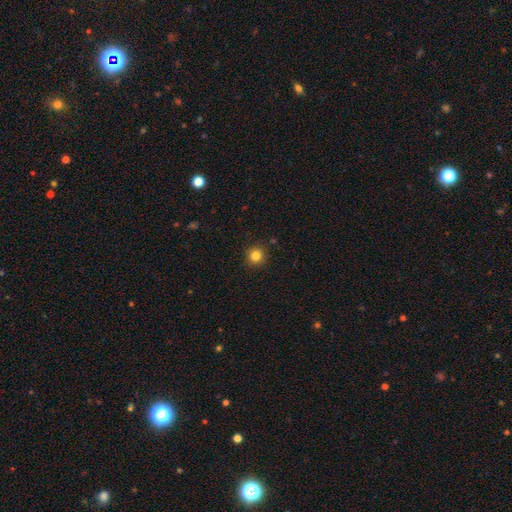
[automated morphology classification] The model was most divided on "smooth or featured": smooth: 83%, star or artifact: 12%, featured or disk: 5%. More confident: how rounded — round (92%); merging — none (91%).